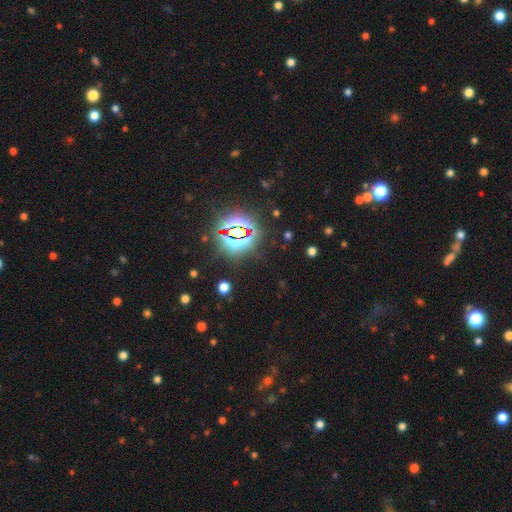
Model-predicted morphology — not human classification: Smooth or featured?
  - star or artifact: 83% *
  - smooth: 10%
  - featured or disk: 7%